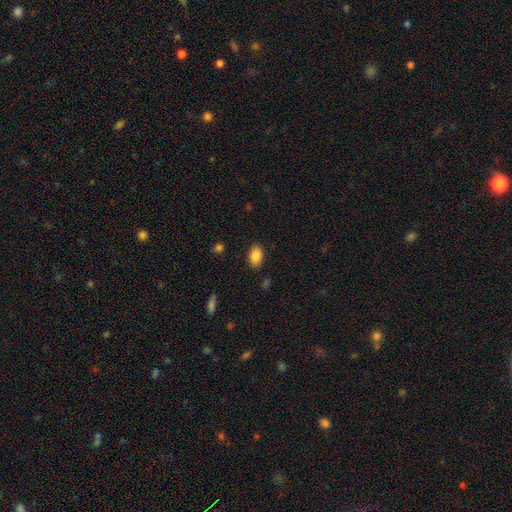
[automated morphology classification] Q: Smooth or featured?
A: smooth (87%); runner-up: star or artifact (8%)
Q: How rounded?
A: in between (90%); runner-up: round (8%)
Q: Merging?
A: none (87%); runner-up: minor disturbance (9%)